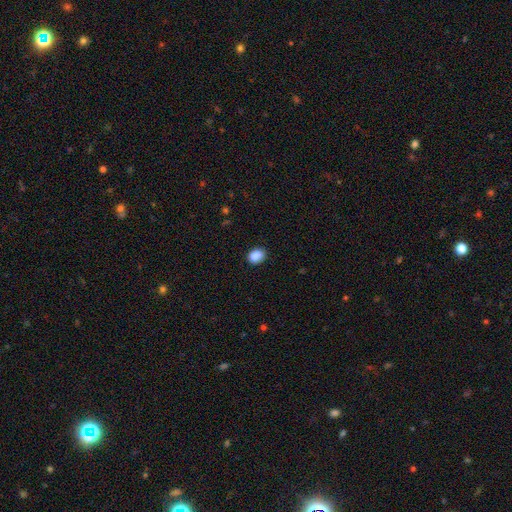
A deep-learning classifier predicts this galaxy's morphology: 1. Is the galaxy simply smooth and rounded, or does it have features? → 89% smooth, 8% star or artifact, 3% featured or disk.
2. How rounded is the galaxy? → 58% in between, 41% round, 1% cigar-shaped.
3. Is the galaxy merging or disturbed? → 87% none, 9% minor disturbance, 2% major disturbance, 1% merger.